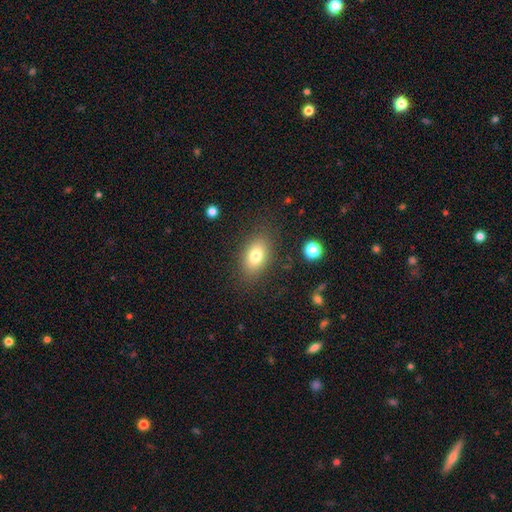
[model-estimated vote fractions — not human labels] Smooth or featured?
  - smooth: 77% *
  - featured or disk: 13%
  - star or artifact: 10%
How rounded?
  - in between: 86% *
  - round: 12%
  - cigar-shaped: 2%
Merging?
  - none: 83% *
  - minor disturbance: 11%
  - major disturbance: 5%
  - merger: 2%